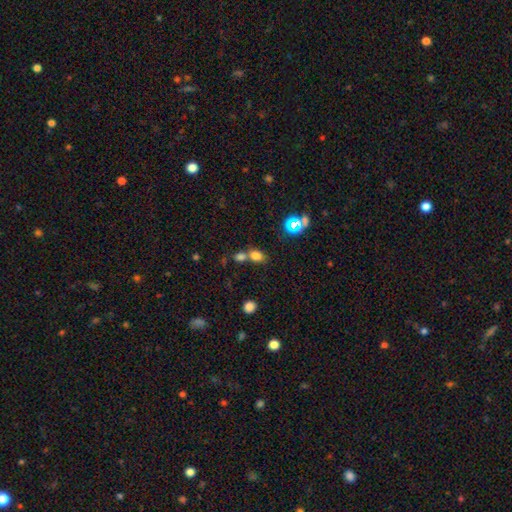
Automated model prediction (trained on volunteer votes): The model was most divided on "merging": merger: 45%, none: 42%, minor disturbance: 9%, major disturbance: 4%. More confident: smooth or featured — smooth (76%); how rounded — in between (65%).